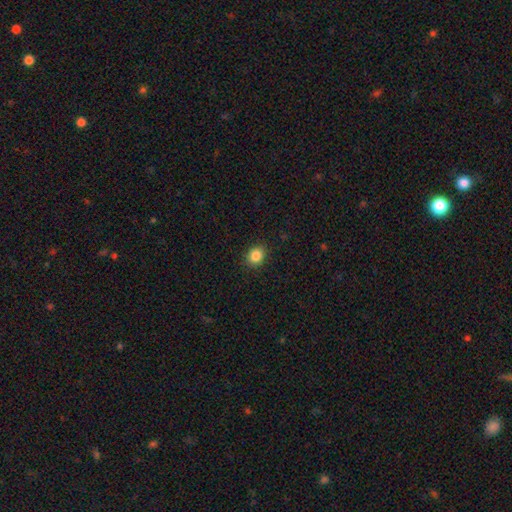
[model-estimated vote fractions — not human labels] Overall: smooth (86%). How rounded: round (67%; in between 32%). Merging: none (90%).